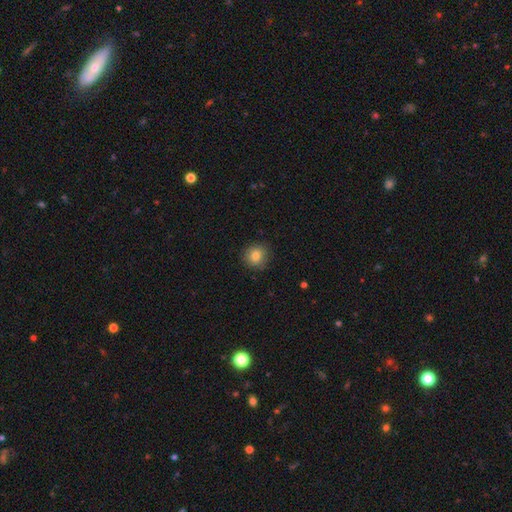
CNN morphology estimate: Smooth or featured? smooth (82%)
How rounded? round (88%)
Merging? none (87%)